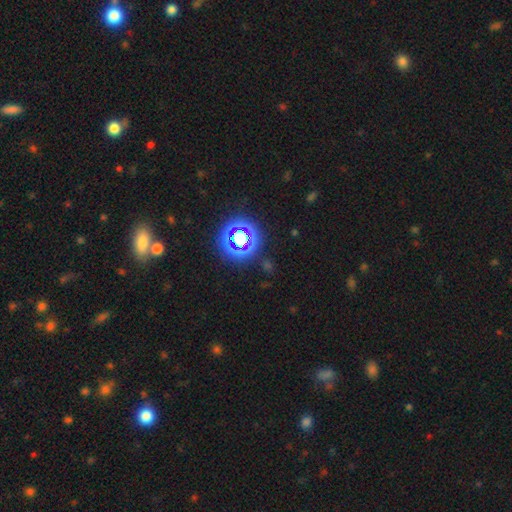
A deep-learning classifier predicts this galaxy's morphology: This is likely a star or artifact rather than a galaxy (69%).